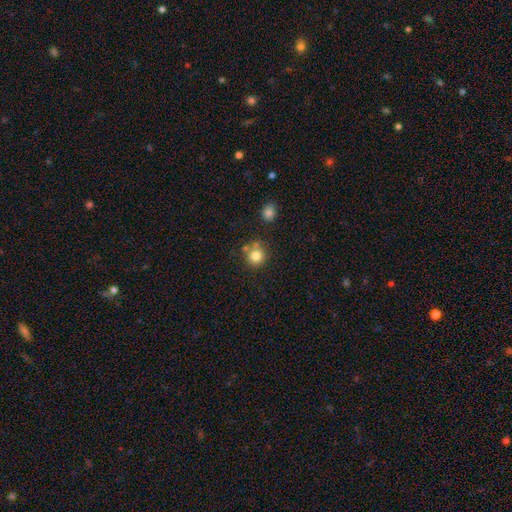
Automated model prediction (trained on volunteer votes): Smooth or featured? Predicted: smooth (p=0.81). How rounded? Predicted: round (p=0.91). Merging? Predicted: none (p=0.68).